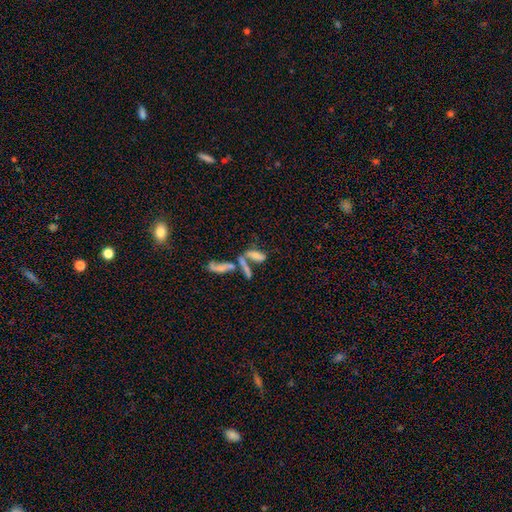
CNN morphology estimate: Smooth or featured? smooth (53%)
How rounded? in between (51%)
Merging? merger (56%)